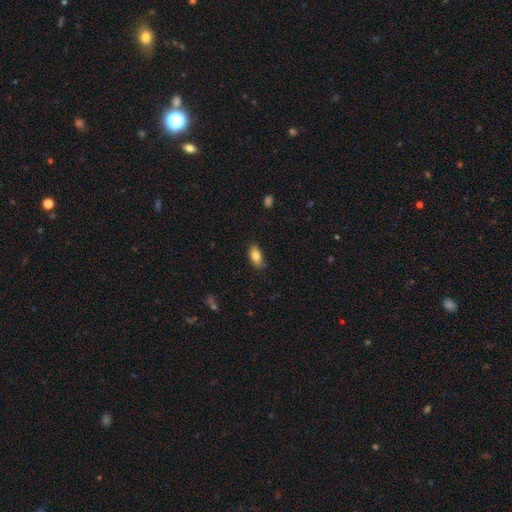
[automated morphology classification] A smooth galaxy with no disk features (82%) that is in between round and cigar-shaped (89%).

Vote fractions:
- Smooth or featured? smooth: 82% / featured or disk: 10% / star or artifact: 7%
- How rounded? in between: 89% / cigar-shaped: 7% / round: 4%
- Merging? none: 81% / minor disturbance: 15% / major disturbance: 3% / merger: 1%